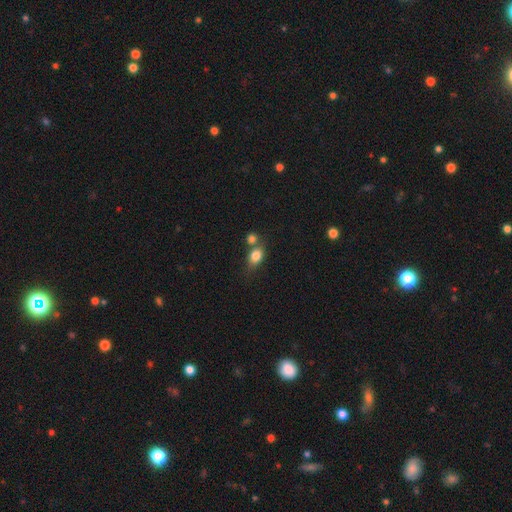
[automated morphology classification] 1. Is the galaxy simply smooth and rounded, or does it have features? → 82% smooth, 9% star or artifact, 9% featured or disk.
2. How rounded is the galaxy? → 65% in between, 33% round, 2% cigar-shaped.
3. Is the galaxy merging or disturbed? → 46% none, 36% merger, 13% minor disturbance, 5% major disturbance.